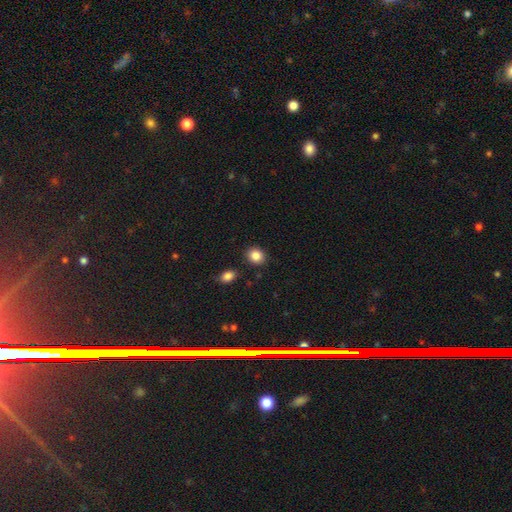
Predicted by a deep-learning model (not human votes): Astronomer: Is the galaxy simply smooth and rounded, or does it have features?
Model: smooth — 86%.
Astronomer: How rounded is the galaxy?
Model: round — 72%.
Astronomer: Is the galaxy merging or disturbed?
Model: none — 87%.